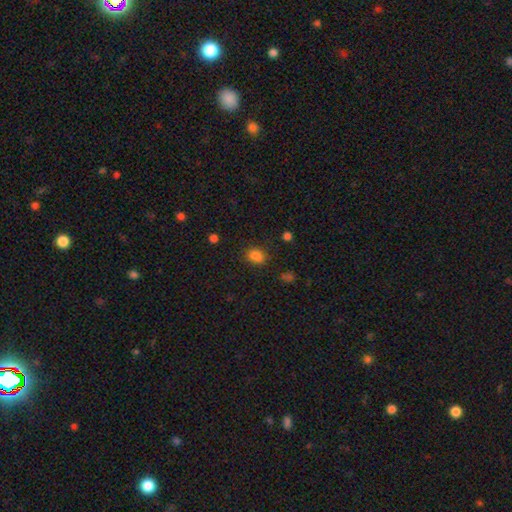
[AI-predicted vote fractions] Smooth or featured?
  - smooth: 83% *
  - star or artifact: 12%
  - featured or disk: 5%
How rounded?
  - in between: 62% *
  - round: 37%
  - cigar-shaped: 1%
Merging?
  - none: 80% *
  - minor disturbance: 13%
  - major disturbance: 4%
  - merger: 3%